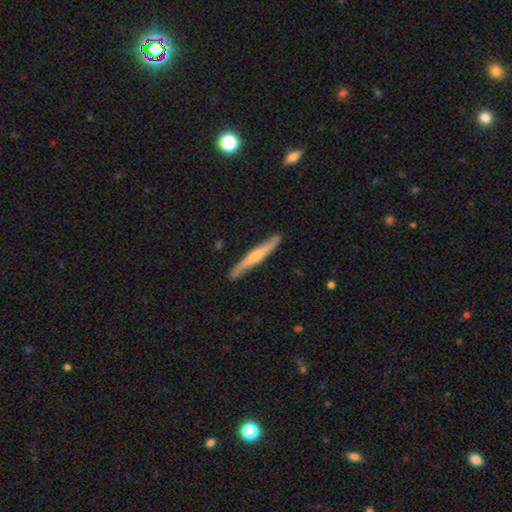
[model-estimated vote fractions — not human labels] Morphology: type=featured or disk (57%); edge-on=yes (92%); edge-on bulge=rounded (63%); merging=none (86%).